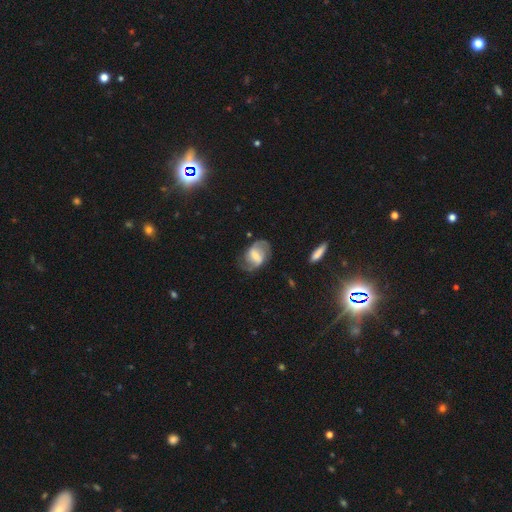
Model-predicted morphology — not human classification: Smooth or featured: featured or disk — 72% (smooth — 22%)
Edge-on disk: no — 97% (yes — 3%)
Bar: weak — 48% (strong — 34%)
Spiral arms: yes — 89% (no — 11%)
Spiral winding: medium — 46% (loose — 34%)
Spiral arm count: 2 — 84% (can't tell — 8%)
Bulge size: moderate — 40% (tied with small — 40%)
Merging: none — 67% (minor disturbance — 21%)